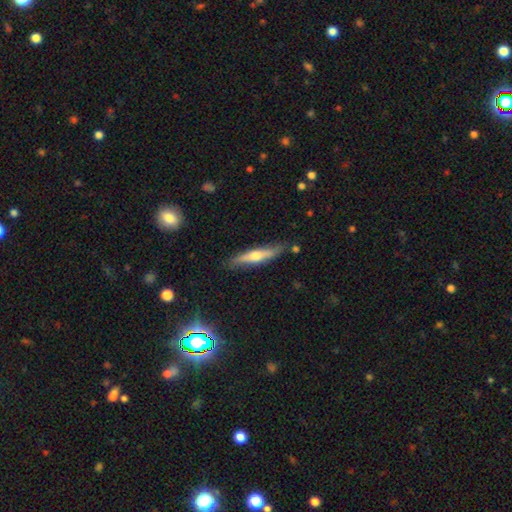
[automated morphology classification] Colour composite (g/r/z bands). It shows a featured or disk galaxy (50%). Merging: none (82%).